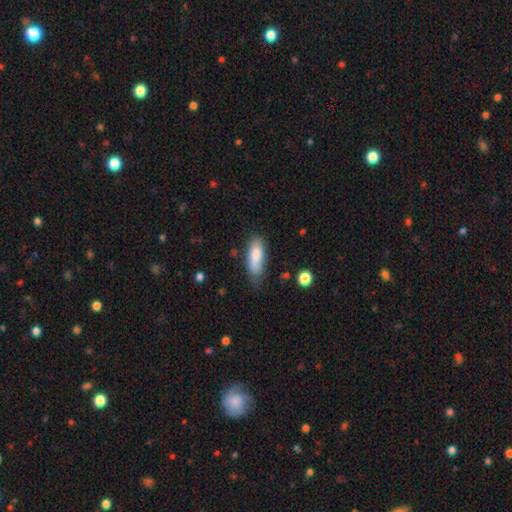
smooth-or-featured: smooth: 86% | featured or disk: 8% | star or artifact: 5%
  how-rounded: in between: 69% | cigar-shaped: 31% | round: 0%
  merging: none: 49% | minor disturbance: 31% | major disturbance: 17% | merger: 3%